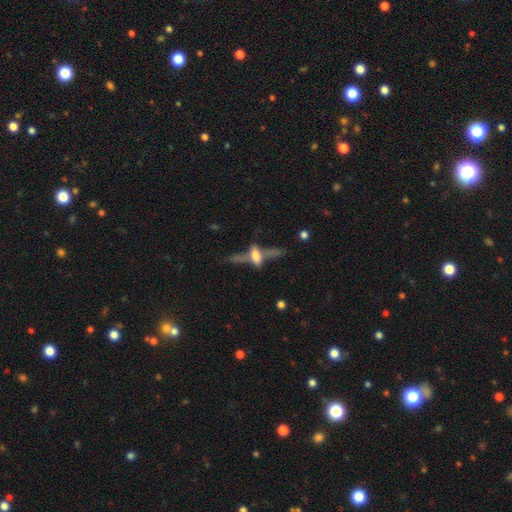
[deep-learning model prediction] Smooth or featured? featured or disk (59%)
Edge-on disk? yes (77%)
Merging? none (46%)